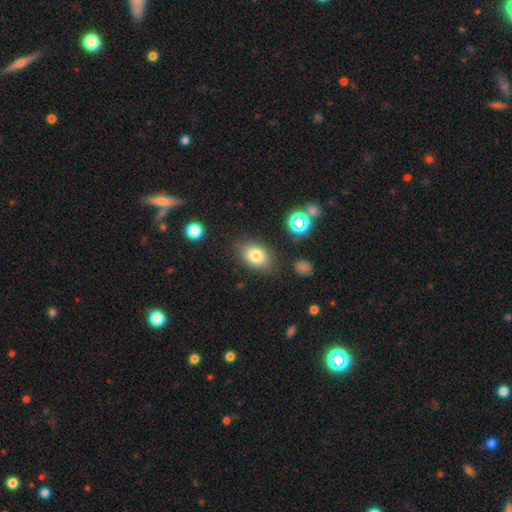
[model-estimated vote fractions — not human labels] smooth 77%, star or artifact 12%, featured or disk 11%. Down the decision tree: how rounded — in between (80%); merging — none (80%).